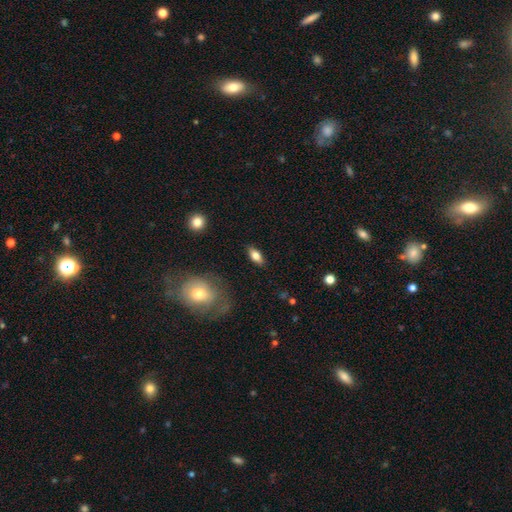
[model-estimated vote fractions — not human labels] Smooth or featured? Predicted: smooth (p=0.73). How rounded? Predicted: in between (p=0.82). Merging? Predicted: none (p=0.86).